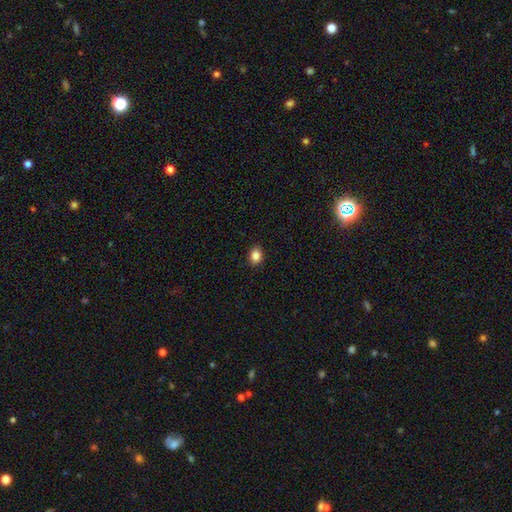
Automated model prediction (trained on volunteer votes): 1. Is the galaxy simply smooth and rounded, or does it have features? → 85% smooth, 10% star or artifact, 5% featured or disk.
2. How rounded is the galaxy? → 59% in between, 40% round, 1% cigar-shaped.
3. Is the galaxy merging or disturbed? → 90% none, 7% minor disturbance, 2% major disturbance, 1% merger.